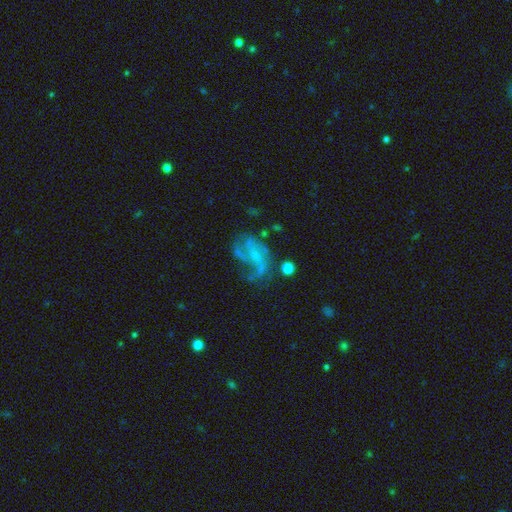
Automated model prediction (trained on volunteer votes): This appears to be a featured or disk galaxy (74%) with no bar (51%), 2 (29%) loose (53%) spiral arms (78%) and a small central bulge (53%). Merging: none (38%).